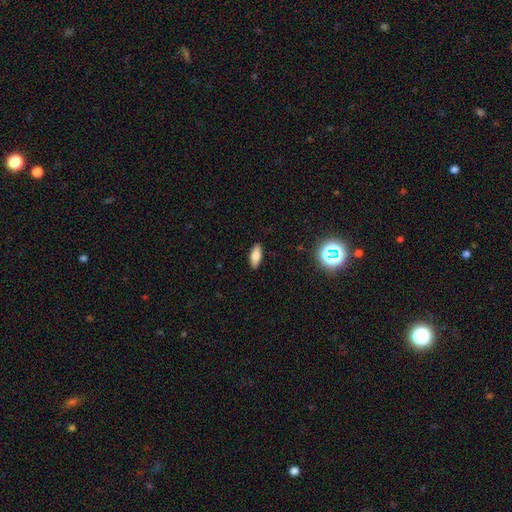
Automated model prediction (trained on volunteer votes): Q: Smooth or featured?
A: smooth (79%); runner-up: featured or disk (12%)
Q: How rounded?
A: in between (80%); runner-up: cigar-shaped (17%)
Q: Merging?
A: none (89%); runner-up: minor disturbance (8%)